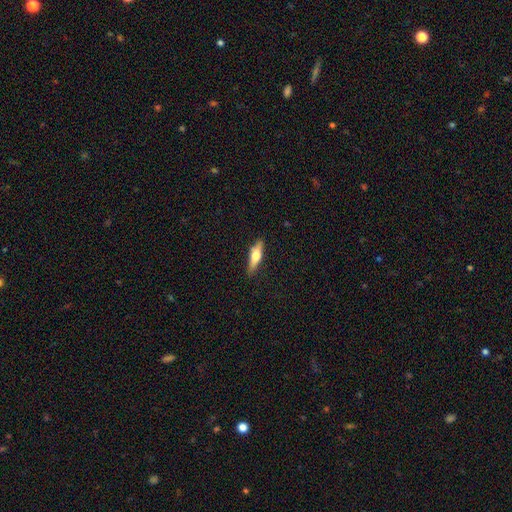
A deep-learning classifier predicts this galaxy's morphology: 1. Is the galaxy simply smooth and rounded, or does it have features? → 48% smooth, 46% featured or disk, 6% star or artifact.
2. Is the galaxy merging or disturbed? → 86% none, 10% minor disturbance, 2% major disturbance, 1% merger.